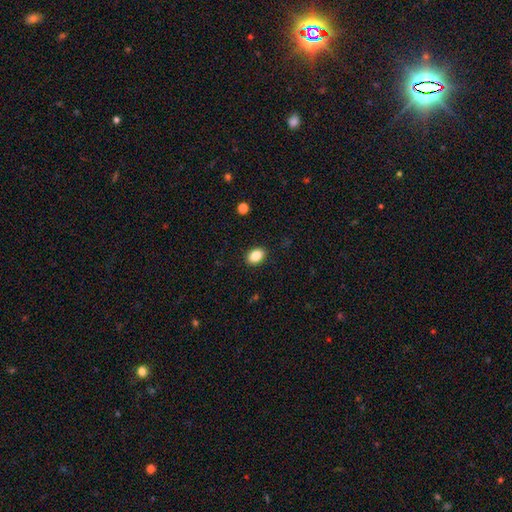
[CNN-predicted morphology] smooth_or_featured: smooth (p=0.86) [alt: star or artifact p=0.09]
how_rounded: in between (p=0.80) [alt: round p=0.19]
merging: none (p=0.89) [alt: minor disturbance p=0.08]